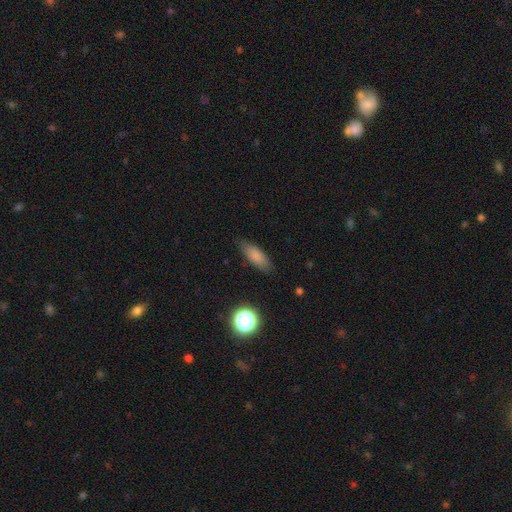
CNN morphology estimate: smooth 81%, featured or disk 10%, star or artifact 9%. Down the decision tree: how rounded — in between (65%); merging — none (83%).